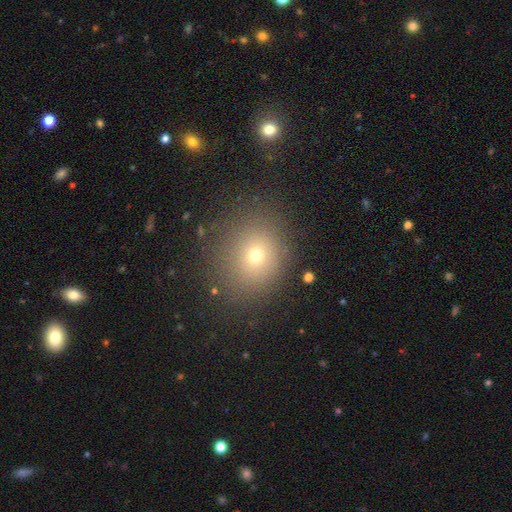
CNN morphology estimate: smooth_or_featured: smooth (p=0.67) [alt: star or artifact p=0.22]
how_rounded: round (p=0.74) [alt: in between p=0.25]
merging: none (p=0.83) [alt: minor disturbance p=0.10]